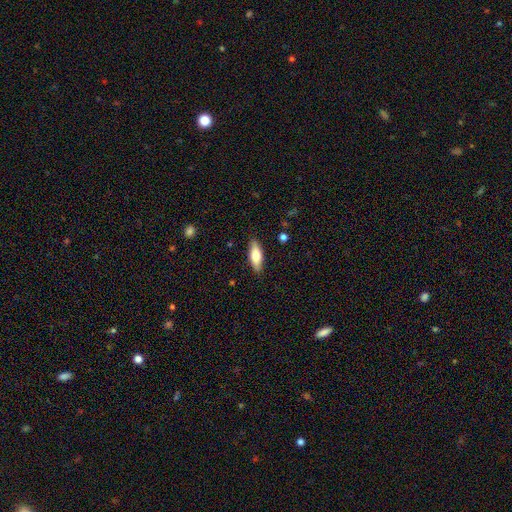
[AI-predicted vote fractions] smooth 69%, featured or disk 25%, star or artifact 6%. Down the decision tree: how rounded — in between (66%); merging — none (88%).